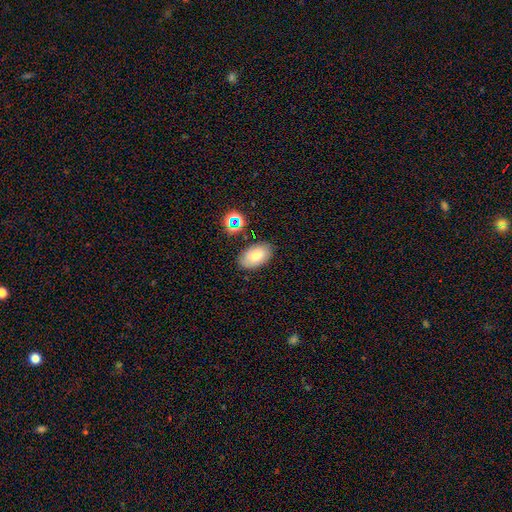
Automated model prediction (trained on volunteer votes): This appears to be a smooth galaxy with no disk features (74%) that is in between round and cigar-shaped (92%). Merging: none (82%).